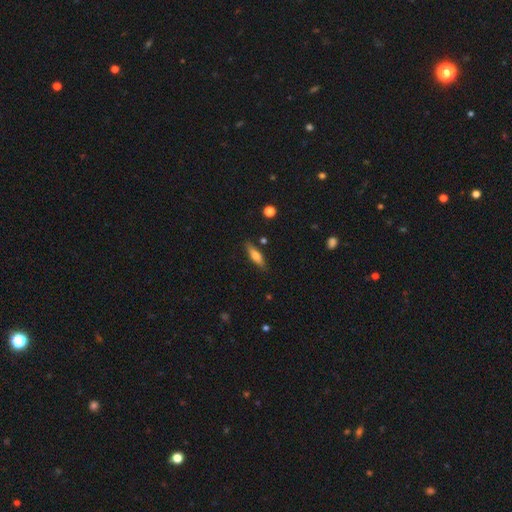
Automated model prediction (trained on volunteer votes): A smooth galaxy with no disk features (69%) that is cigar-shaped (61%).

Vote fractions:
- Smooth or featured? smooth: 69% / featured or disk: 24% / star or artifact: 7%
- How rounded? cigar-shaped: 61% / in between: 37% / round: 2%
- Merging? none: 84% / minor disturbance: 11% / major disturbance: 2% / merger: 2%